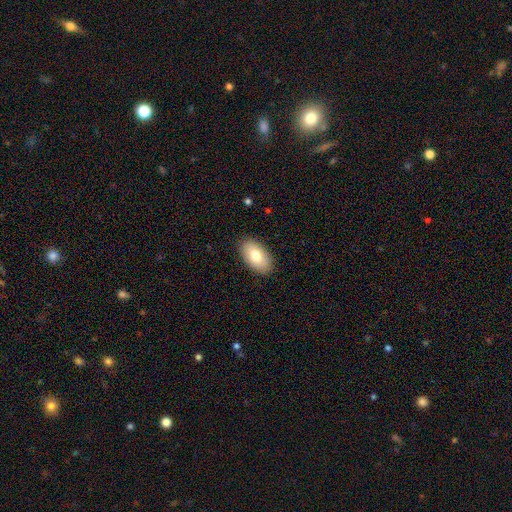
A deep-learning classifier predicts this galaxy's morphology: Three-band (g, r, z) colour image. It shows a smooth galaxy with no disk features (77%) that is in between round and cigar-shaped (94%). Merging: none (88%).